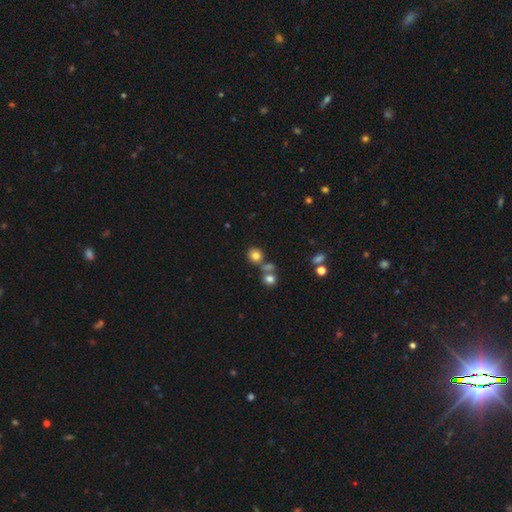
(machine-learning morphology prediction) Overall: smooth (78%). How rounded: round (83%). Merging: none (63%; merger 24%).